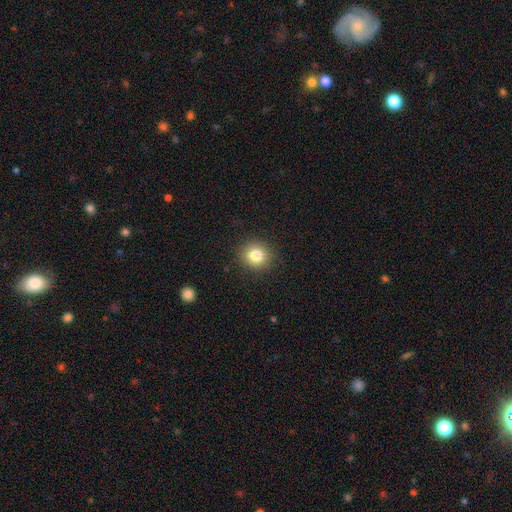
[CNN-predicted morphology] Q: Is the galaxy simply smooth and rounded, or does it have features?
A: smooth — 82%.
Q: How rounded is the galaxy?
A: round — 86%.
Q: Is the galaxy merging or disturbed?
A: none — 90%.